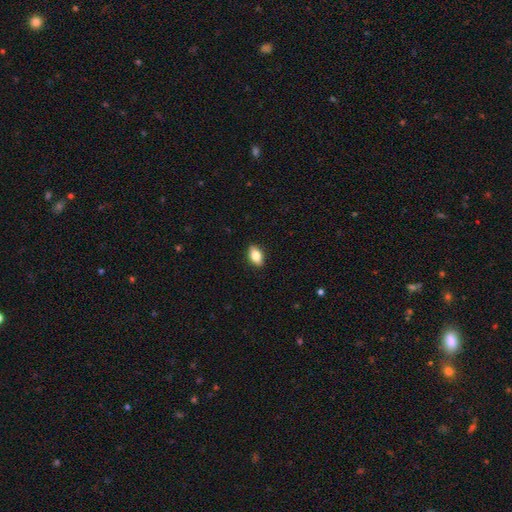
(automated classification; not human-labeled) A smooth galaxy with no disk features (71%) that is in between round and cigar-shaped (85%). Merging: none (88%).